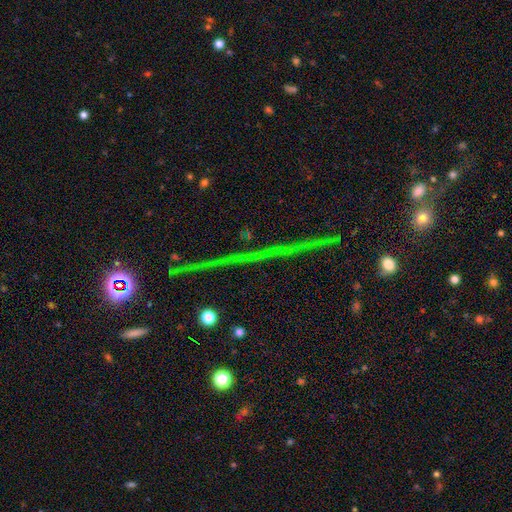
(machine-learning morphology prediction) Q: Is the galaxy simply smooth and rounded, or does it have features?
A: star or artifact — 76%.